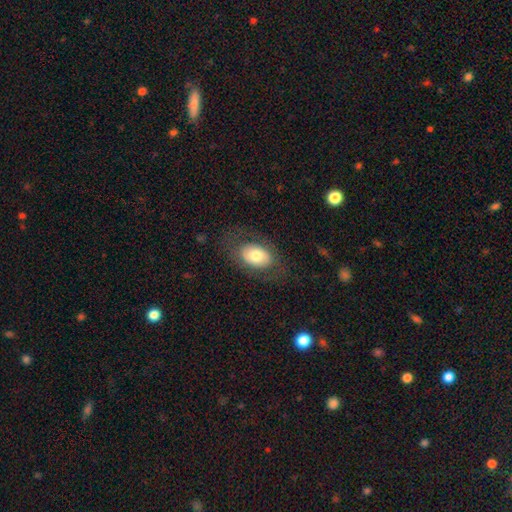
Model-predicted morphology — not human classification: This appears to be a smooth galaxy with no disk features (69%) that is in between round and cigar-shaped (87%). Merging: none (76%).